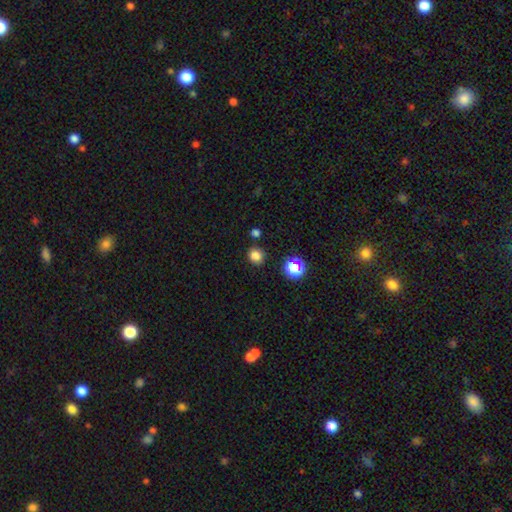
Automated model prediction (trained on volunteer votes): Smooth or featured: smooth — 79% (star or artifact — 16%)
How rounded: round — 79% (in between — 20%)
Merging: none — 84% (minor disturbance — 9%)